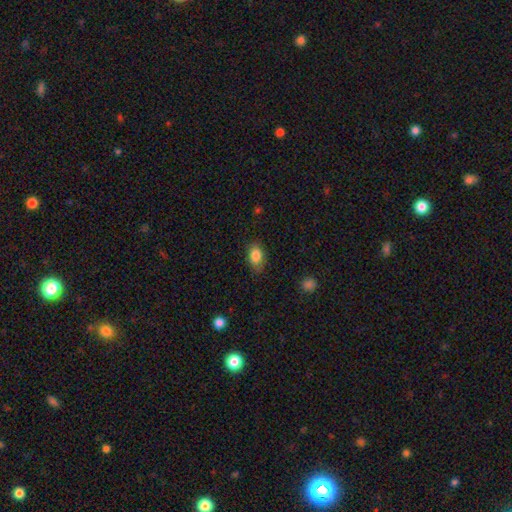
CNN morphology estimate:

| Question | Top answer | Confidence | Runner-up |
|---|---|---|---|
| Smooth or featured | smooth | 84% | star or artifact (8%) |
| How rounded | in between | 85% | round (13%) |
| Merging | none | 75% | minor disturbance (19%) |